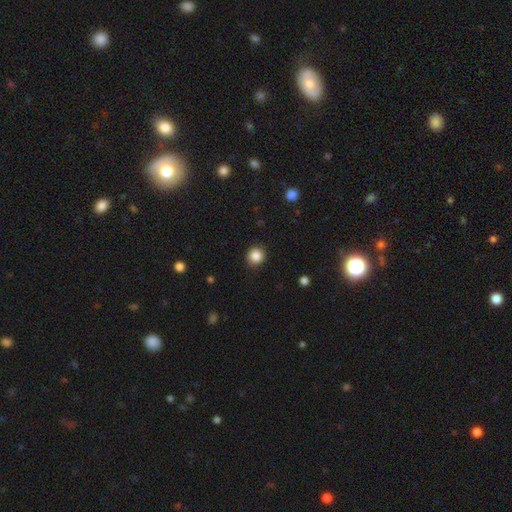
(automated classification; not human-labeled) This appears to be a smooth galaxy with no disk features (85%) that is round (89%). Merging: none (89%).